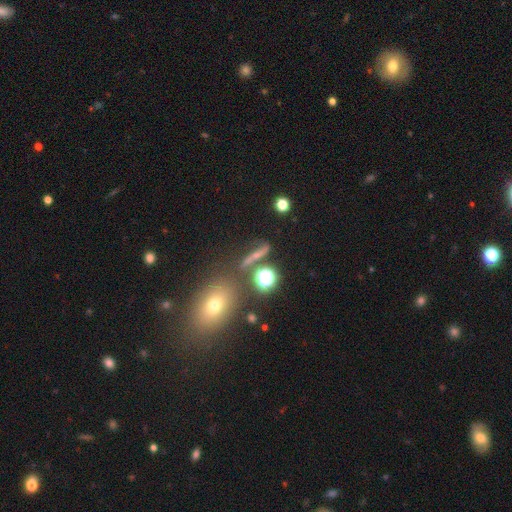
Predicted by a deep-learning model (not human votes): A smooth galaxy with no disk features (41%).

Vote fractions:
- Smooth or featured? smooth: 41% / featured or disk: 33% / star or artifact: 25%
- Merging? none: 65% / minor disturbance: 14% / merger: 12% / major disturbance: 9%